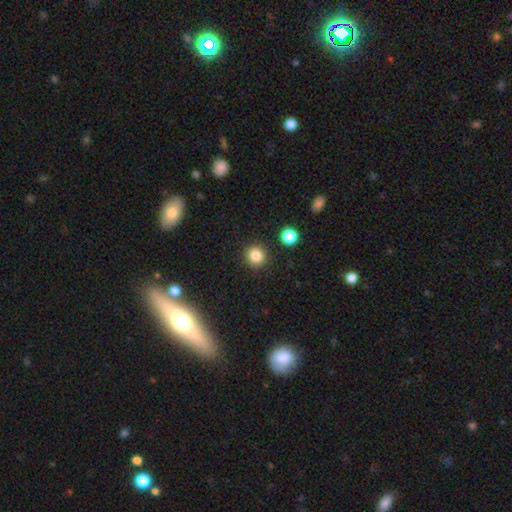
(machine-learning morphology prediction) The model was most divided on "smooth or featured": smooth: 84%, star or artifact: 12%, featured or disk: 4%. More confident: how rounded — round (92%); merging — none (90%).